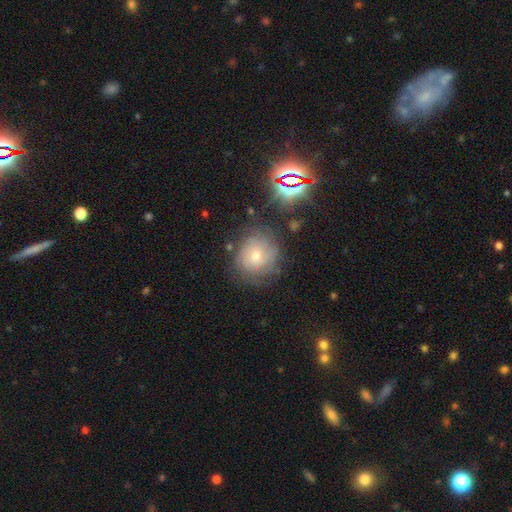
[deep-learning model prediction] featured or disk 45%, smooth 33%, star or artifact 22%. Down the decision tree: merging — none (72%).